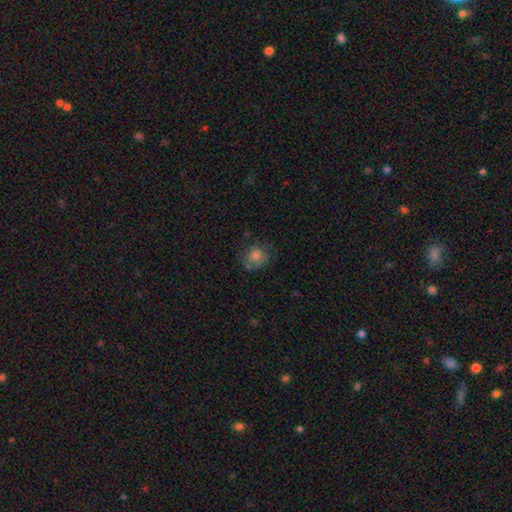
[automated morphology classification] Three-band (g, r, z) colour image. It shows a smooth galaxy with no disk features (71%) that is round (78%). Merging: none (65%).